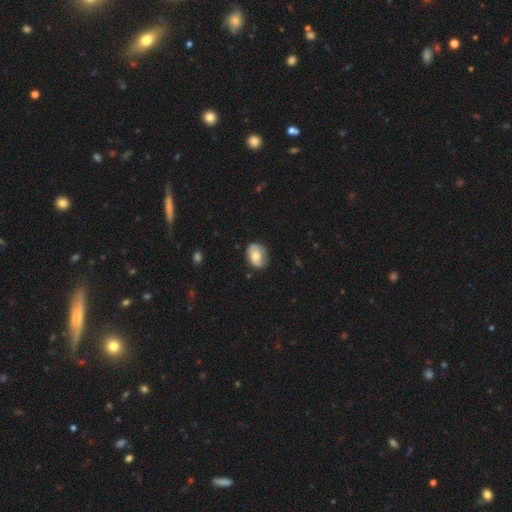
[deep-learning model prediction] This is likely a smooth galaxy (67%). How rounded: likely in between (70%). Merging: likely none (73%).